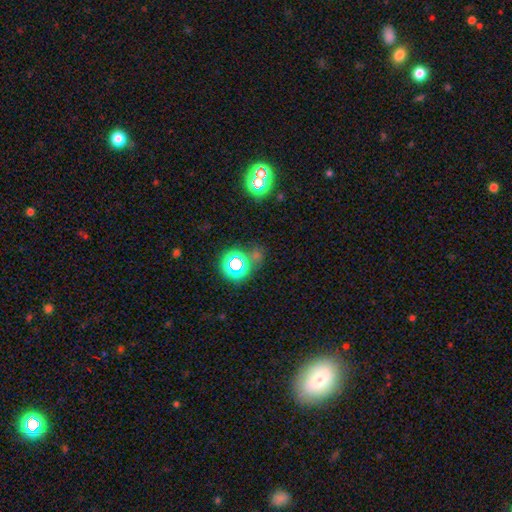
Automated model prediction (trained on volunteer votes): Smooth or featured? Predicted: star or artifact (p=0.53).